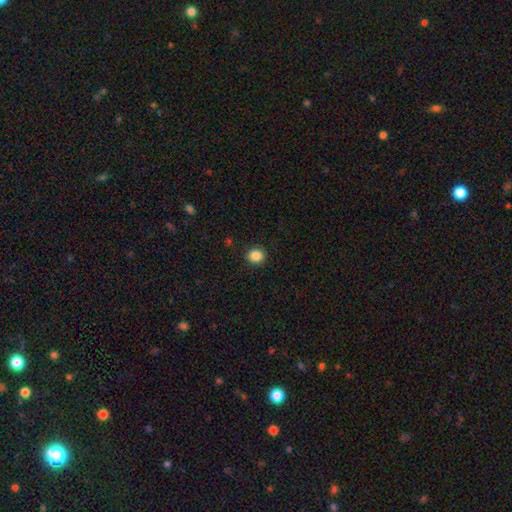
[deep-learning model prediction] A smooth galaxy with no disk features (87%) that is round (85%). Merging: none (91%).